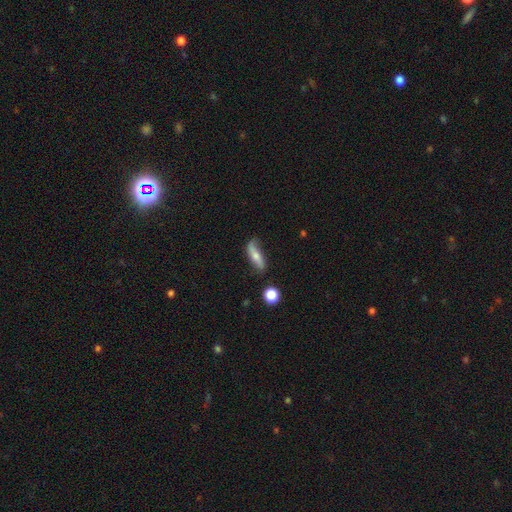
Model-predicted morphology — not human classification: The model was most divided on "how rounded": cigar-shaped: 55%, in between: 41%, round: 4%. More confident: merging — none (63%); smooth or featured — smooth (54%).